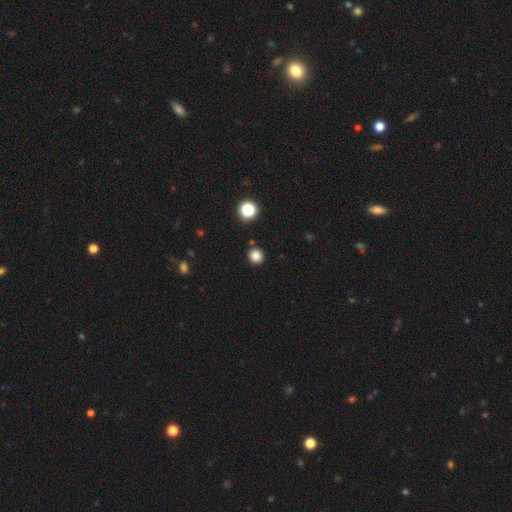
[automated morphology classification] smooth 83%, star or artifact 13%, featured or disk 4%. Down the decision tree: how rounded — round (94%); merging — none (90%).